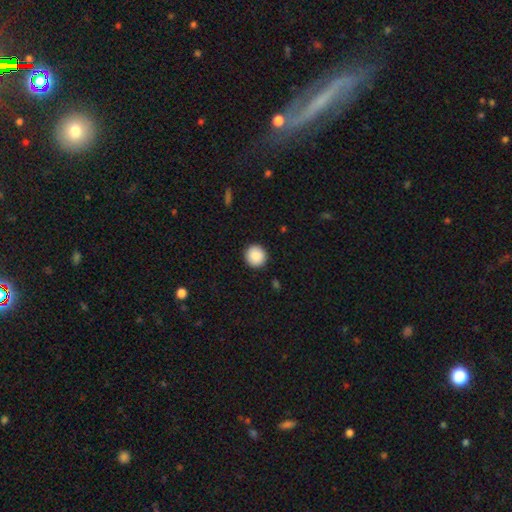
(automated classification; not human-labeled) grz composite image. It shows a smooth galaxy with no disk features (89%) that is round (95%). Merging: none (93%).